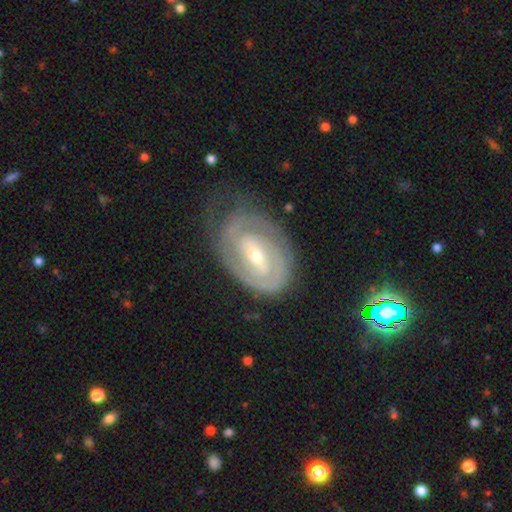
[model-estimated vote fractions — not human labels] Q: Smooth or featured?
A: featured or disk (86%); runner-up: smooth (9%)
Q: Edge-on disk?
A: no (96%); runner-up: yes (4%)
Q: Bar?
A: weak (49%); runner-up: strong (30%)
Q: Spiral arms?
A: yes (93%); runner-up: no (7%)
Q: Spiral winding?
A: tight (72%); runner-up: medium (22%)
Q: Spiral arm count?
A: 2 (51%); runner-up: can't tell (26%)
Q: Bulge size?
A: small (50%); runner-up: moderate (47%)
Q: Merging?
A: none (61%); runner-up: minor disturbance (24%)